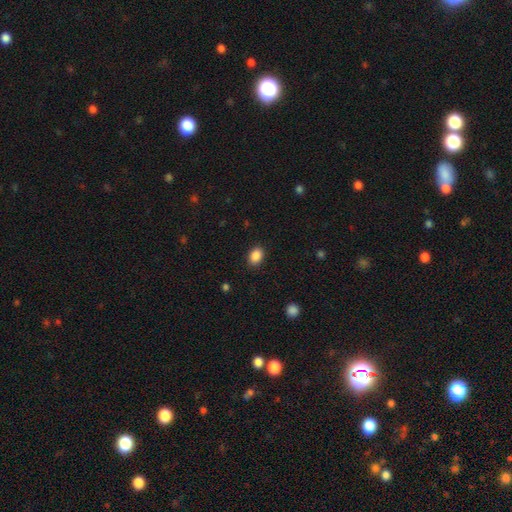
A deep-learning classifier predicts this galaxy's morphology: smooth 88%, star or artifact 8%, featured or disk 3%. Down the decision tree: how rounded — in between (79%); merging — none (88%).